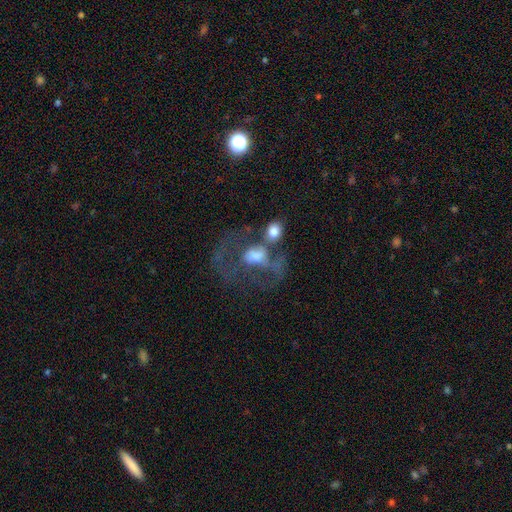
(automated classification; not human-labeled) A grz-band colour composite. It shows a featured or disk galaxy (56%) with no bar (69%), no spiral arms (60%) and a moderate central bulge (46%). Merging: merger (38%).